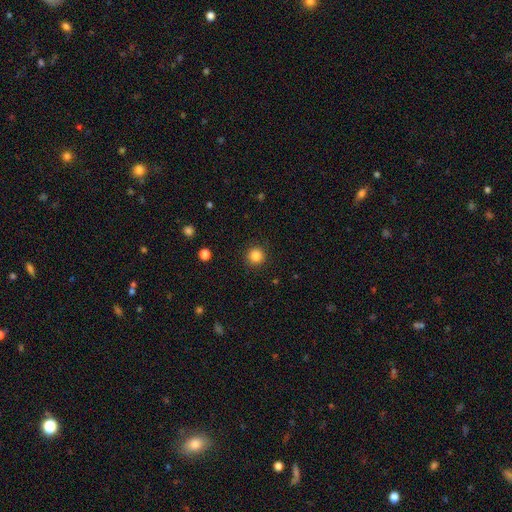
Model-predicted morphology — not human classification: Smooth or featured? Predicted: smooth (p=0.85). How rounded? Predicted: round (p=0.95). Merging? Predicted: none (p=0.91).